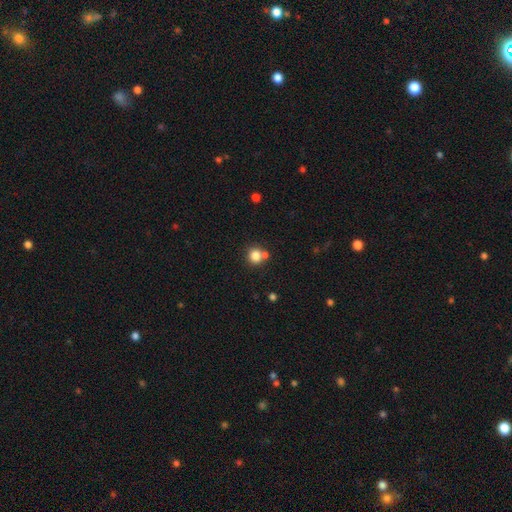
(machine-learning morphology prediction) This is clearly a smooth galaxy (82%). How rounded: clearly round (89%). Merging: likely none (63%).